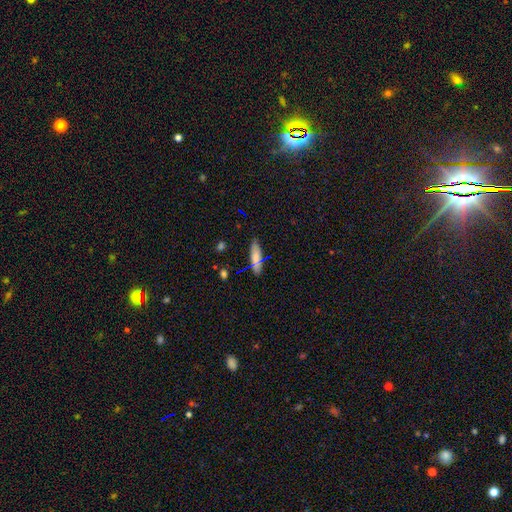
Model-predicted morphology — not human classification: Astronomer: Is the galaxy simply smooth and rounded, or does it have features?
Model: smooth — 67%.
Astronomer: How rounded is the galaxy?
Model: cigar-shaped — 69%.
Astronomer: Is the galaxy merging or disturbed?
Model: none — 81%.